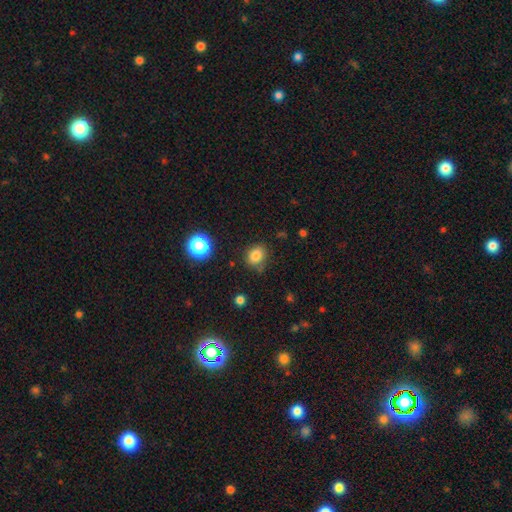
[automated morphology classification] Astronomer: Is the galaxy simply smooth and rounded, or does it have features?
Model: smooth — 81%.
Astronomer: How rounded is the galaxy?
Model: round — 54% (runner-up: in between, 45%).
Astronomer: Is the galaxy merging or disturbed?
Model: none — 76%.